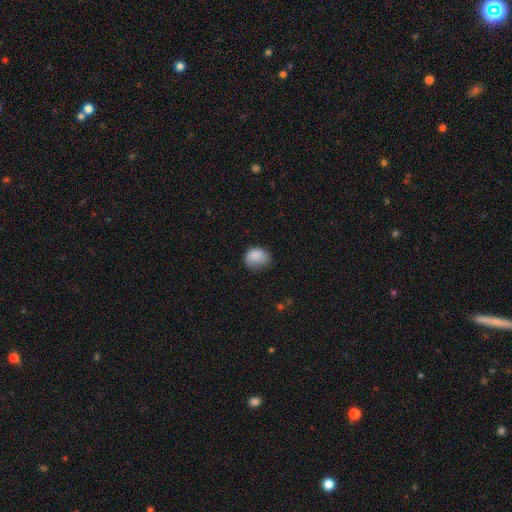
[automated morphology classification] Q: Smooth or featured?
A: smooth (85%); runner-up: star or artifact (8%)
Q: How rounded?
A: in between (52%); runner-up: round (47%)
Q: Merging?
A: none (53%); runner-up: minor disturbance (34%)